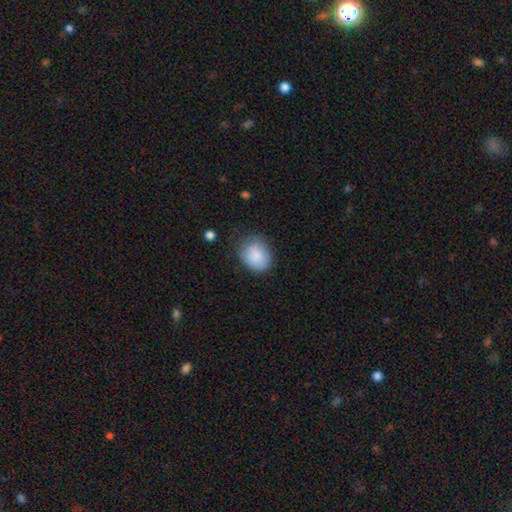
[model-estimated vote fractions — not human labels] The model was most divided on "how rounded": in between: 50%, round: 49%, cigar-shaped: 1%. More confident: smooth or featured — smooth (85%); merging — none (62%).